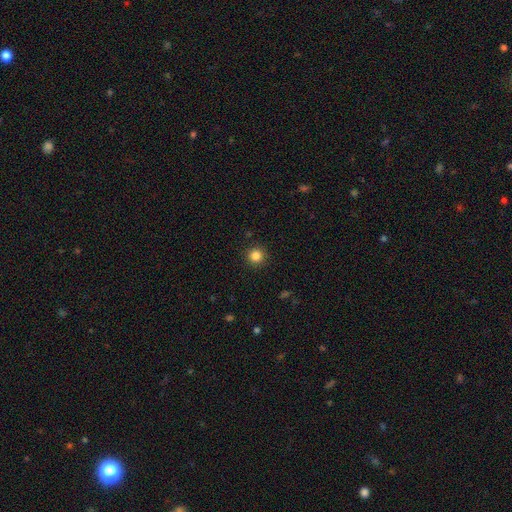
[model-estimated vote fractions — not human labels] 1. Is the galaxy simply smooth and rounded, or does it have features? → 85% smooth, 11% star or artifact, 4% featured or disk.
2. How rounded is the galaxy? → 95% round, 4% in between, 1% cigar-shaped.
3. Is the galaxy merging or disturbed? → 92% none, 5% minor disturbance, 2% major disturbance, 1% merger.